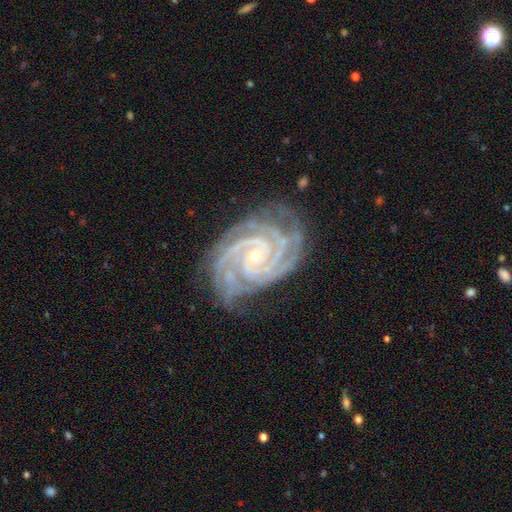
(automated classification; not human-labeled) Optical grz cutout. It shows a featured or disk galaxy (94%) with no bar (62%), 3 (30%) tight (79%) spiral arms (99%) and a small central bulge (78%). Merging: none (77%).